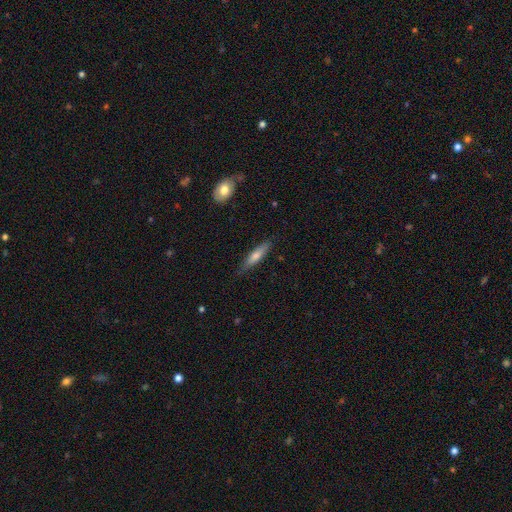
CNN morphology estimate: A smooth galaxy with no disk features (57%) that is cigar-shaped (84%). Merging: none (83%).